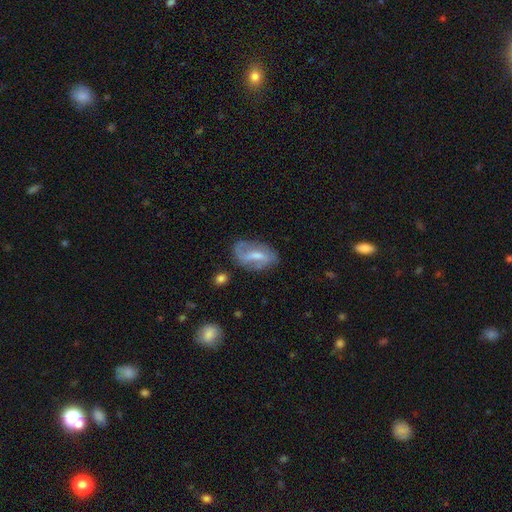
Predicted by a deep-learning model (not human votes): The model was most divided on "bulge size": moderate: 42%, small: 35%, none: 16%, large: 6%, dominant: 1%. Remaining: edge-on disk — no (92%); spiral arms — yes (69%); smooth or featured — featured or disk (59%); merging — none (58%); bar — weak (44%).